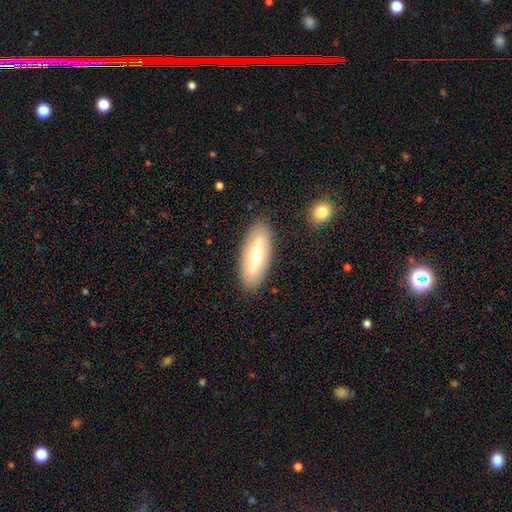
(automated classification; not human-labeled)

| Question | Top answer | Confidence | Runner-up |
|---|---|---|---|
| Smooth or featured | smooth | 53% | featured or disk (41%) |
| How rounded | in between | 73% | cigar-shaped (25%) |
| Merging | none | 87% | minor disturbance (9%) |